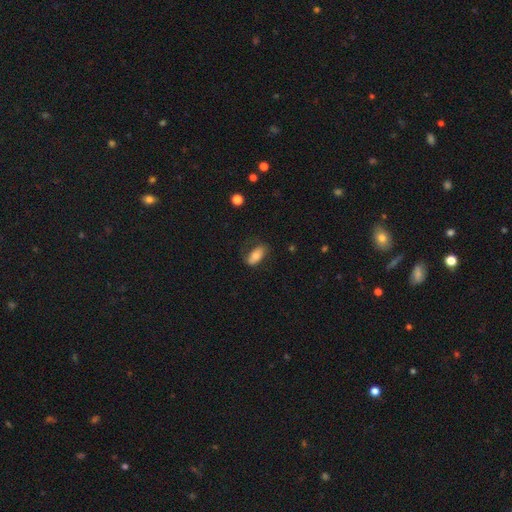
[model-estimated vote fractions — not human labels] smooth_or_featured: smooth (p=0.69) [alt: featured or disk p=0.24]
how_rounded: in between (p=0.87) [alt: cigar-shaped p=0.10]
merging: none (p=0.63) [alt: minor disturbance p=0.24]